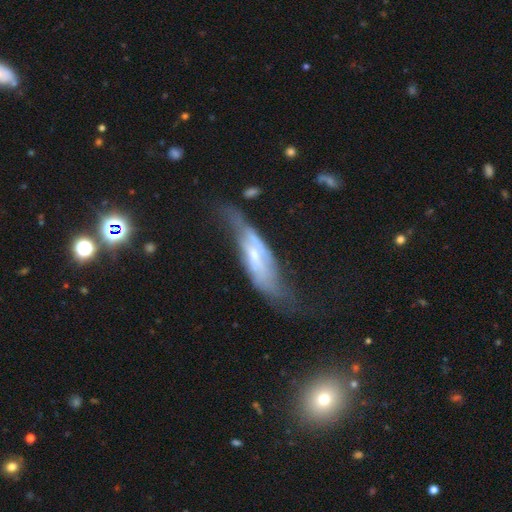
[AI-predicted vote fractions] The model was most divided on "merging": none: 37%, major disturbance: 30%, minor disturbance: 28%, merger: 6%. More confident: smooth or featured — featured or disk (64%); edge-on disk — no (54%).